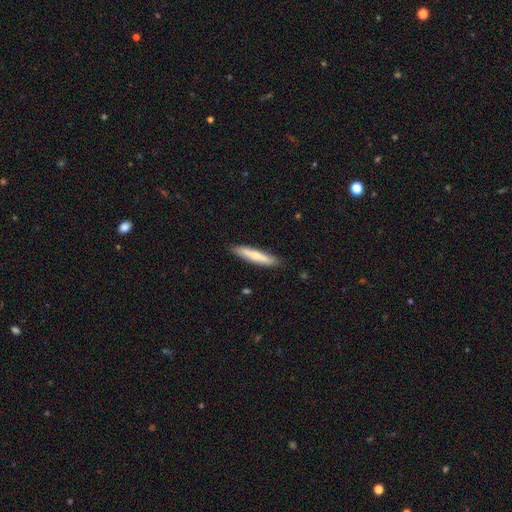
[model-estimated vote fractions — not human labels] Q: Smooth or featured?
A: smooth (59%); runner-up: featured or disk (35%)
Q: How rounded?
A: cigar-shaped (88%); runner-up: in between (11%)
Q: Merging?
A: none (87%); runner-up: minor disturbance (10%)